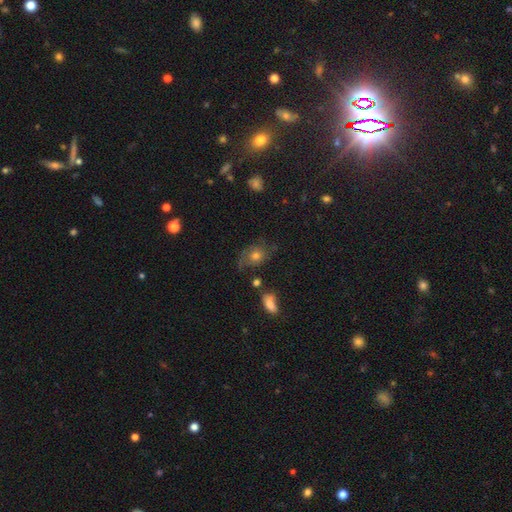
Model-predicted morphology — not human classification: Smooth or featured? smooth (43%, tied with featured or disk)
Merging? none (52%)